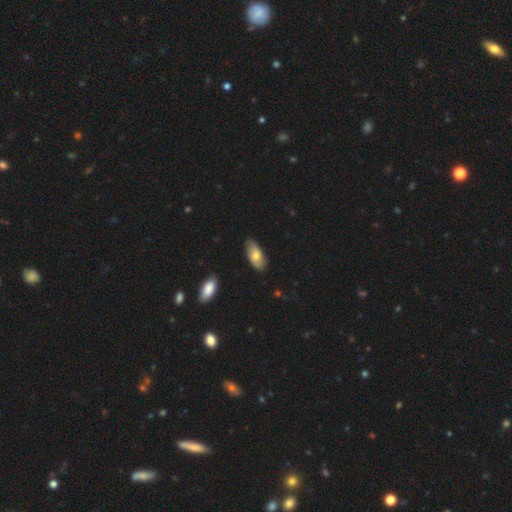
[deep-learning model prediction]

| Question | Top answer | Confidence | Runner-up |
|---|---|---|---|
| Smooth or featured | smooth | 68% | featured or disk (26%) |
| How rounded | in between | 91% | cigar-shaped (7%) |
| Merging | none | 79% | minor disturbance (17%) |